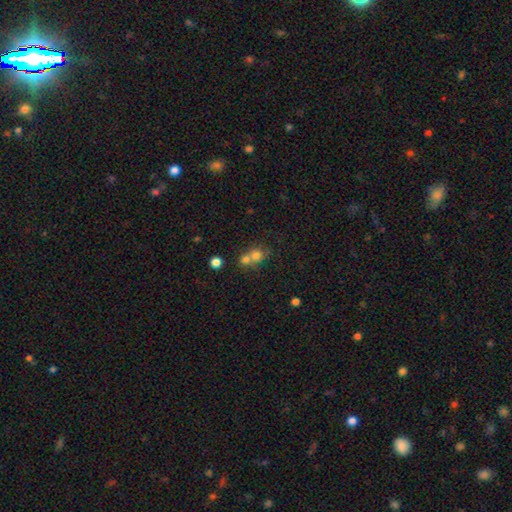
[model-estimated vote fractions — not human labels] Smooth or featured: smooth — 72% (star or artifact — 14%)
How rounded: round — 80% (in between — 19%)
Merging: merger — 55% (none — 36%)